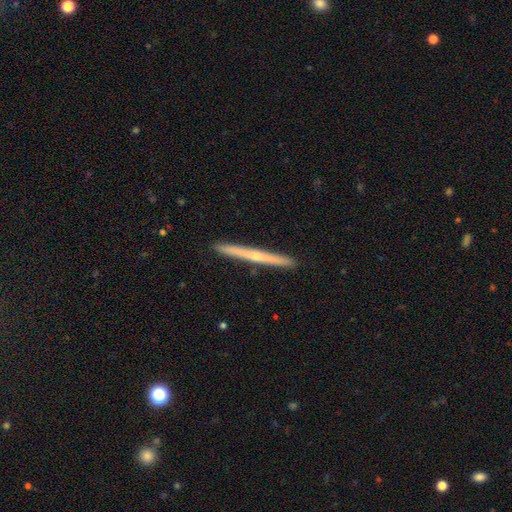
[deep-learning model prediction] featured or disk 67%, smooth 27%, star or artifact 6%. Down the decision tree: edge-on disk — yes (98%); edge-on bulge — rounded (60%); merging — none (92%).